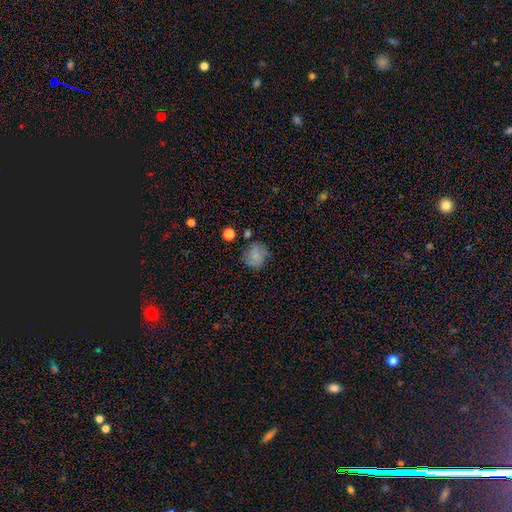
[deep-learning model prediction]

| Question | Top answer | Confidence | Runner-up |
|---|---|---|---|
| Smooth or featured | smooth | 67% | featured or disk (22%) |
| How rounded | round | 77% | in between (22%) |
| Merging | none | 62% | minor disturbance (23%) |